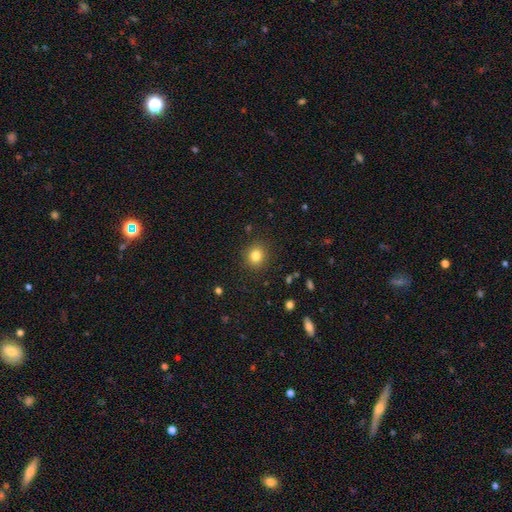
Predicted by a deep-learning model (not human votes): The model was most divided on "how rounded": round: 83%, in between: 16%, cigar-shaped: 1%. More confident: merging — none (89%); smooth or featured — smooth (82%).